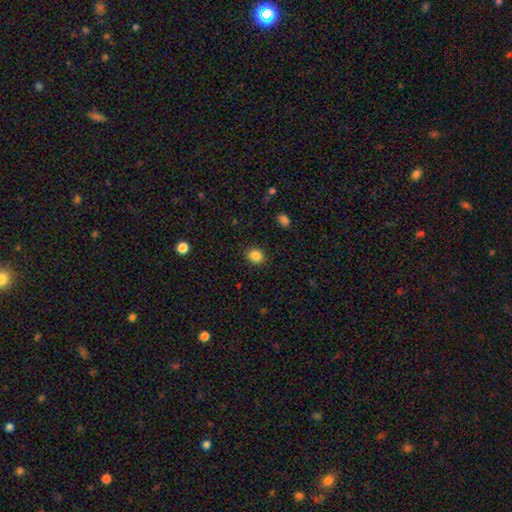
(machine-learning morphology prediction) A smooth galaxy with no disk features (85%) that is round (70%).

Vote fractions:
- Smooth or featured? smooth: 85% / star or artifact: 11% / featured or disk: 4%
- How rounded? round: 70% / in between: 29% / cigar-shaped: 1%
- Merging? none: 89% / minor disturbance: 8% / major disturbance: 2% / merger: 1%